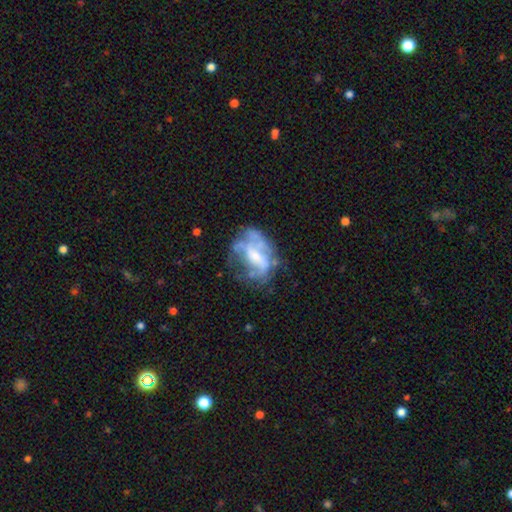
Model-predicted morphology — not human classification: This is likely a featured or disk galaxy (67%). It is clearly not viewed edge-on (97%). Bar: possibly no (50%). Spiral arm pattern: possibly no (51%). Central bulge: marginally small (38%). Merging: marginally none (41%).